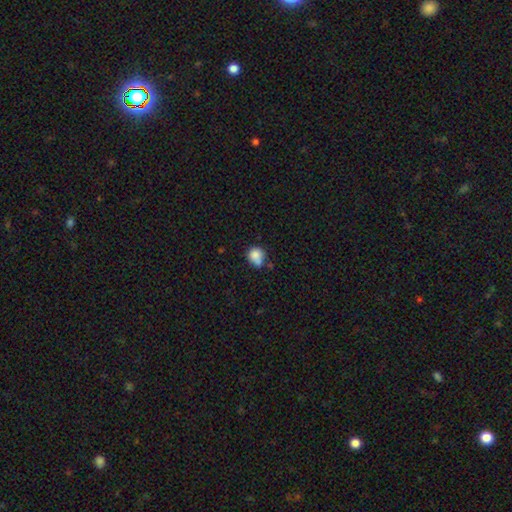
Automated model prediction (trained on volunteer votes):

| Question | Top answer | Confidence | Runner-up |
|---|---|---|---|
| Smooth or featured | smooth | 81% | star or artifact (10%) |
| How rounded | round | 77% | in between (22%) |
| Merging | none | 46% | minor disturbance (25%) |